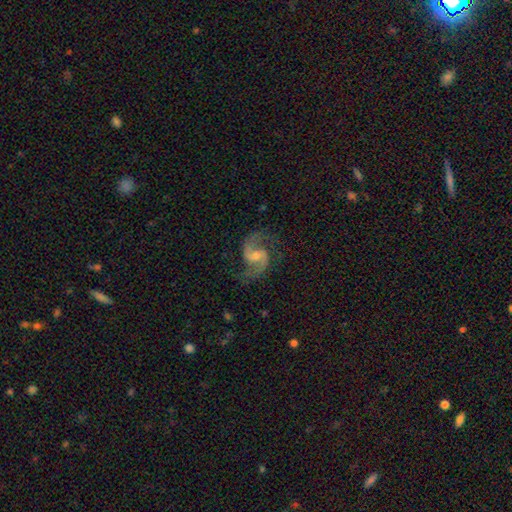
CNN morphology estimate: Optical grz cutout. It shows a featured or disk galaxy (91%) with a weak bar (52%), 2 (94%) medium (54%) spiral arms (98%) and a small central bulge (52%). Merging: none (79%).